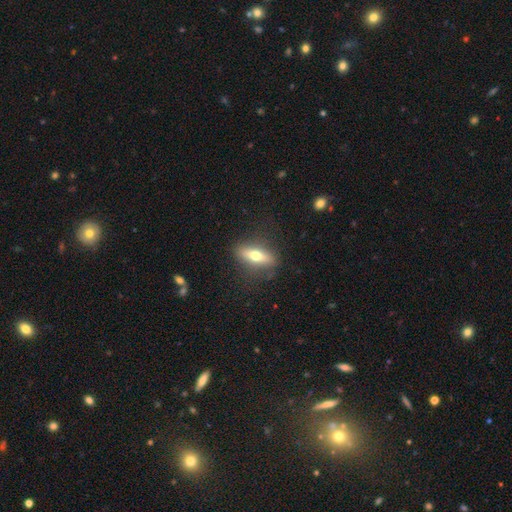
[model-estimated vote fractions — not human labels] The model was most divided on "how rounded": in between: 54%, cigar-shaped: 40%, round: 6%. More confident: merging — none (83%); smooth or featured — smooth (55%).